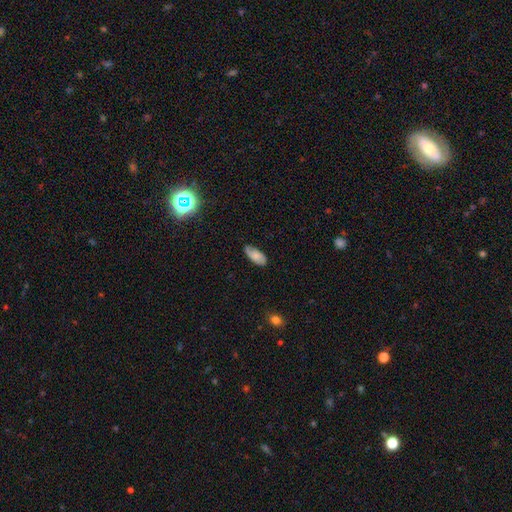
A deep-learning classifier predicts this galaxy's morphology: Smooth or featured? Predicted: smooth (p=0.67). How rounded? Predicted: in between (p=0.88). Merging? Predicted: none (p=0.74).